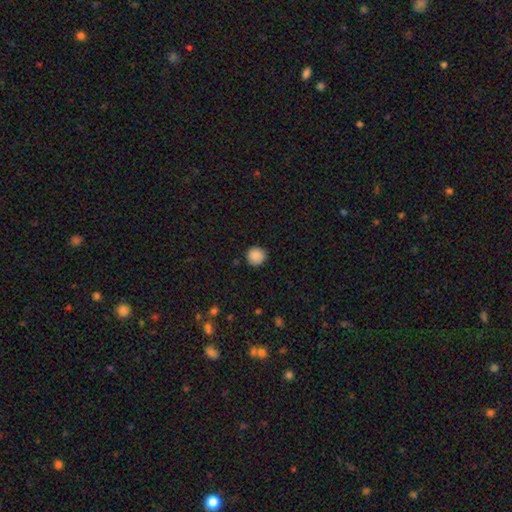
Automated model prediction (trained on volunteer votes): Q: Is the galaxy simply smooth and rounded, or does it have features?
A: smooth — 88%.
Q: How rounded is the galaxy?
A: round — 94%.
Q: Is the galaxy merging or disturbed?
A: none — 89%.